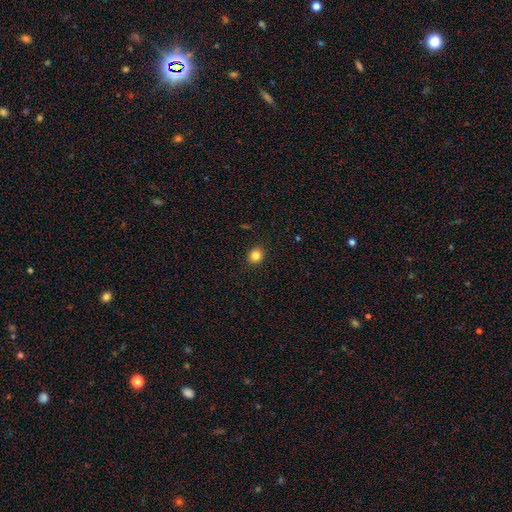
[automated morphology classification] smooth-or-featured: smooth: 83% | star or artifact: 12% | featured or disk: 5%
  how-rounded: round: 87% | in between: 12% | cigar-shaped: 1%
  merging: none: 92% | minor disturbance: 5% | major disturbance: 2% | merger: 1%